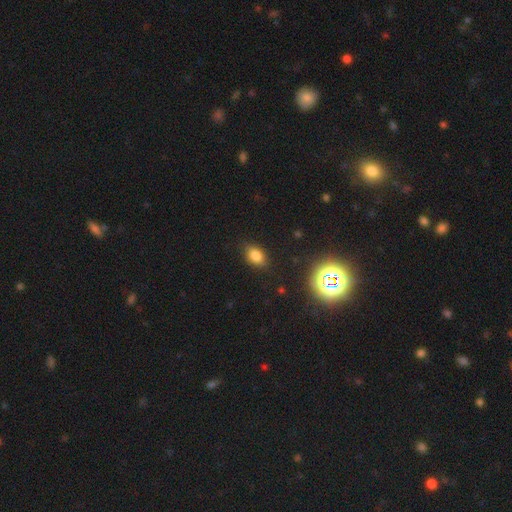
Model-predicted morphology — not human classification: Overall: smooth (78%). How rounded: in between (80%). Merging: none (84%).